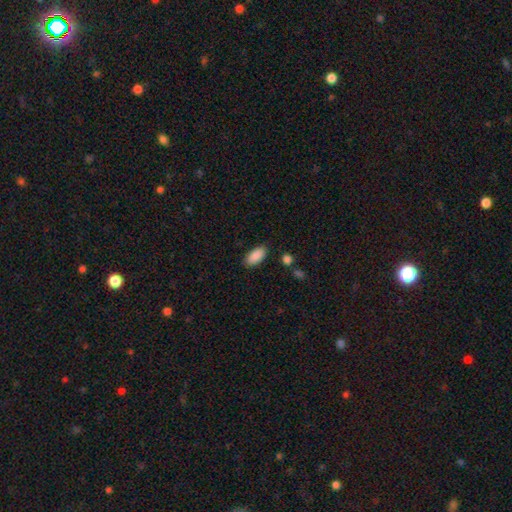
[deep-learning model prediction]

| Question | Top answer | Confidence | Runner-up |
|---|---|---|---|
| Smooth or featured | smooth | 90% | star or artifact (7%) |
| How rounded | in between | 92% | cigar-shaped (5%) |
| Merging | none | 86% | minor disturbance (10%) |